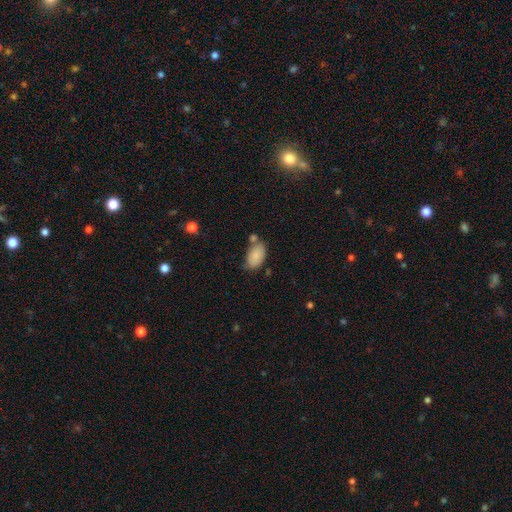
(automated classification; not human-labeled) Q: Smooth or featured?
A: smooth (85%); runner-up: featured or disk (8%)
Q: How rounded?
A: in between (94%); runner-up: round (4%)
Q: Merging?
A: none (55%); runner-up: minor disturbance (22%)